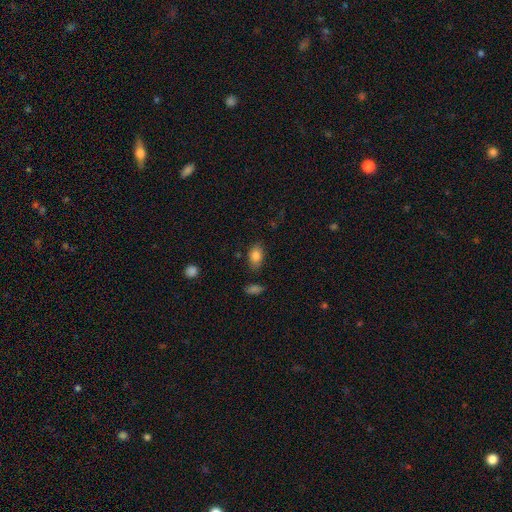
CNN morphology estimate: Q: Smooth or featured?
A: smooth (83%); runner-up: star or artifact (9%)
Q: How rounded?
A: in between (84%); runner-up: round (14%)
Q: Merging?
A: none (80%); runner-up: minor disturbance (15%)